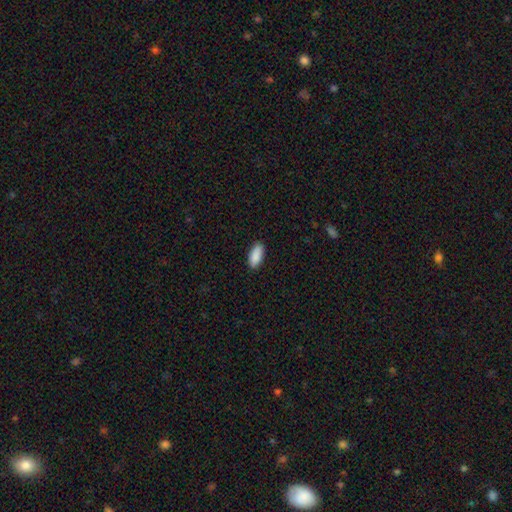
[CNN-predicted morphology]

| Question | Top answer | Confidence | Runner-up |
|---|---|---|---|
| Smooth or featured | smooth | 91% | star or artifact (6%) |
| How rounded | in between | 87% | cigar-shaped (11%) |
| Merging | none | 89% | minor disturbance (9%) |